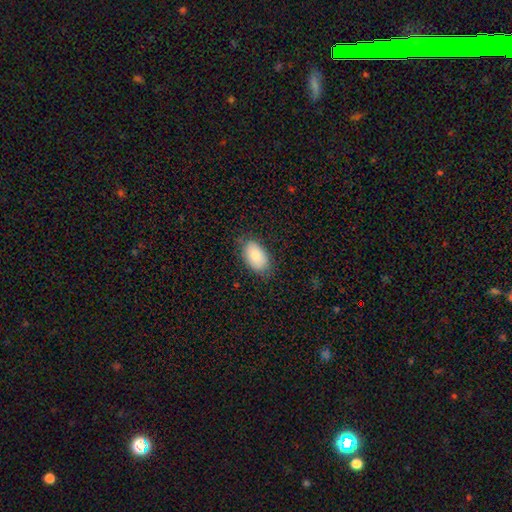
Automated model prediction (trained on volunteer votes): Q: Smooth or featured?
A: smooth (84%); runner-up: featured or disk (9%)
Q: How rounded?
A: in between (93%); runner-up: round (5%)
Q: Merging?
A: none (79%); runner-up: minor disturbance (16%)